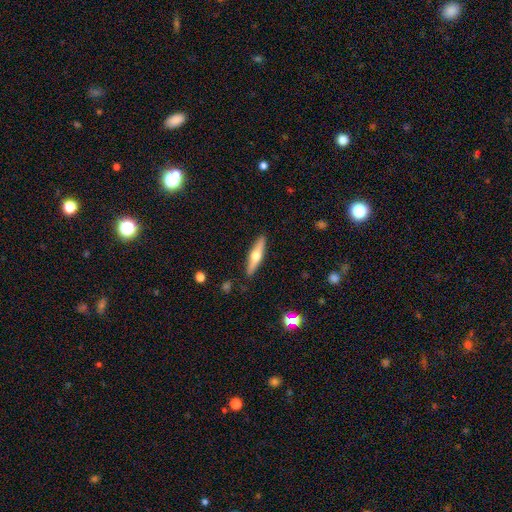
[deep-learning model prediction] smooth_or_featured: featured or disk (p=0.57) [alt: smooth p=0.38]
disk_edge_on: yes (p=0.93) [alt: no p=0.07]
edge_on_bulge: rounded (p=0.95) [alt: none p=0.03]
merging: none (p=0.90) [alt: minor disturbance p=0.08]